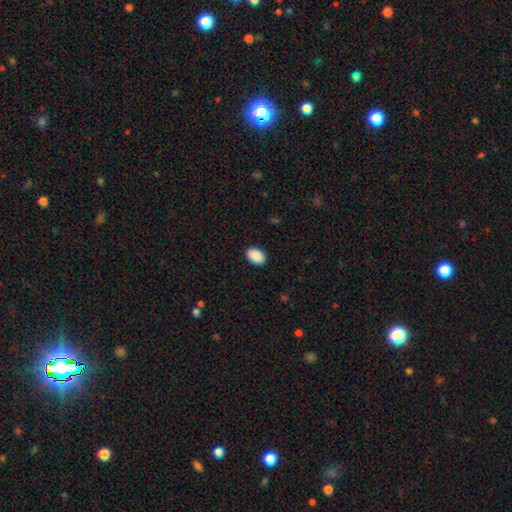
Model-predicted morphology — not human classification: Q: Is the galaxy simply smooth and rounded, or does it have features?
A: smooth — 91%.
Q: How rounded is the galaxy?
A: in between — 87%.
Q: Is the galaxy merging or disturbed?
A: none — 91%.